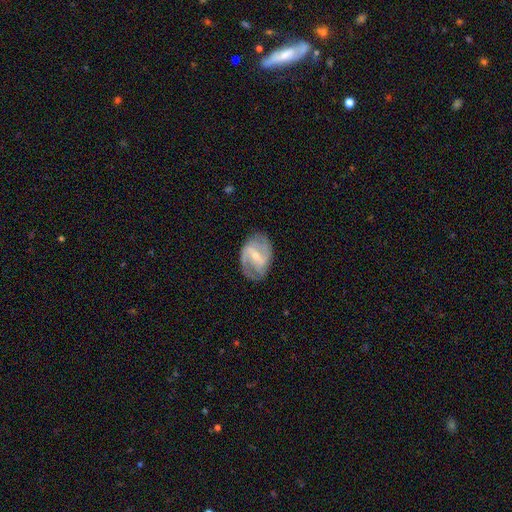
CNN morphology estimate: type=featured or disk (83%); edge-on=no (97%); bar=weak (45%); spiral arms=yes (92%); winding=medium (48%); arm count=2 (78%); bulge=small (58%); merging=none (75%).